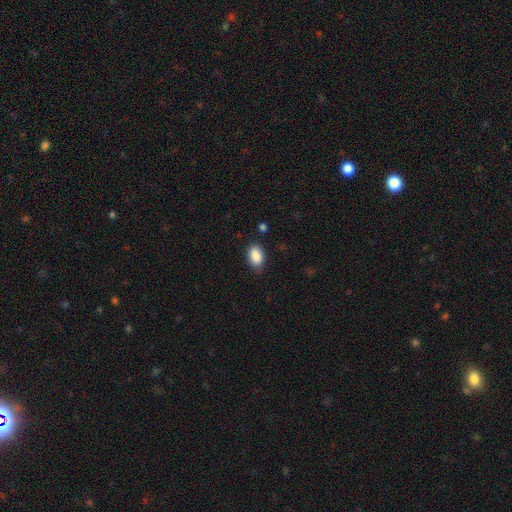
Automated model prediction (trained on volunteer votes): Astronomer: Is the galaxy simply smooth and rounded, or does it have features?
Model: smooth — 88%.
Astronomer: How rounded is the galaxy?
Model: in between — 91%.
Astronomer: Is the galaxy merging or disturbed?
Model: none — 80%.